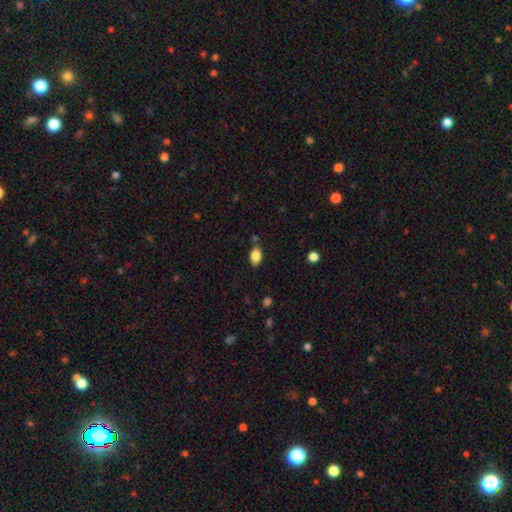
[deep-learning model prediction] Q: Smooth or featured?
A: smooth (84%); runner-up: star or artifact (8%)
Q: How rounded?
A: in between (89%); runner-up: round (8%)
Q: Merging?
A: none (77%); runner-up: minor disturbance (15%)